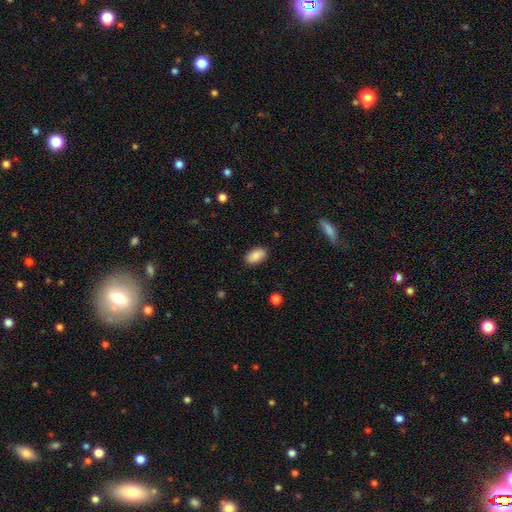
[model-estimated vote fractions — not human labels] Q: Smooth or featured?
A: smooth (85%); runner-up: featured or disk (8%)
Q: How rounded?
A: in between (93%); runner-up: round (4%)
Q: Merging?
A: none (87%); runner-up: minor disturbance (10%)